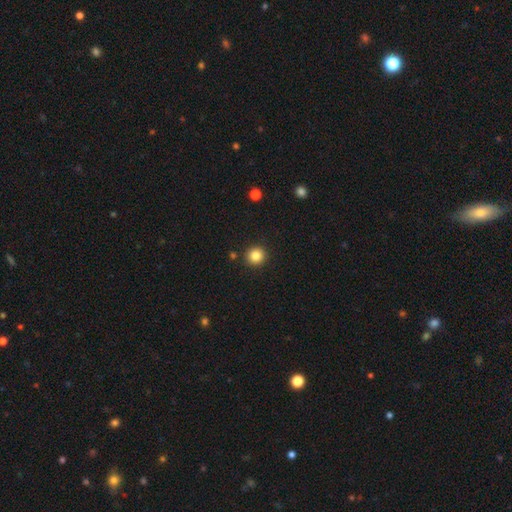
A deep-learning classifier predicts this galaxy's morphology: This appears to be a smooth galaxy with no disk features (84%) that is round (93%). Merging: none (91%).